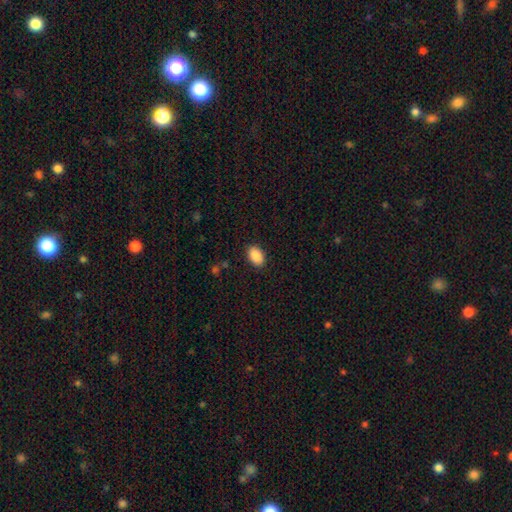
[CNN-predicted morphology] A smooth galaxy with no disk features (90%) that is in between round and cigar-shaped (88%).

Vote fractions:
- Smooth or featured? smooth: 90% / star or artifact: 7% / featured or disk: 3%
- How rounded? in between: 88% / round: 11% / cigar-shaped: 1%
- Merging? none: 89% / minor disturbance: 8% / major disturbance: 2% / merger: 1%